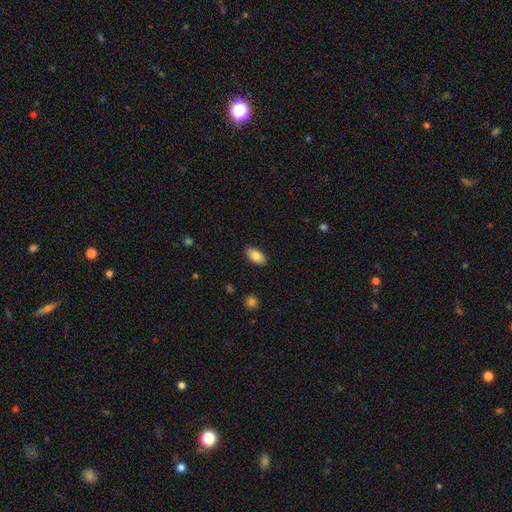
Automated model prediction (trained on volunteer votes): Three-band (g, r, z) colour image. It shows a smooth galaxy with no disk features (84%) that is in between round and cigar-shaped (93%). Merging: none (88%).